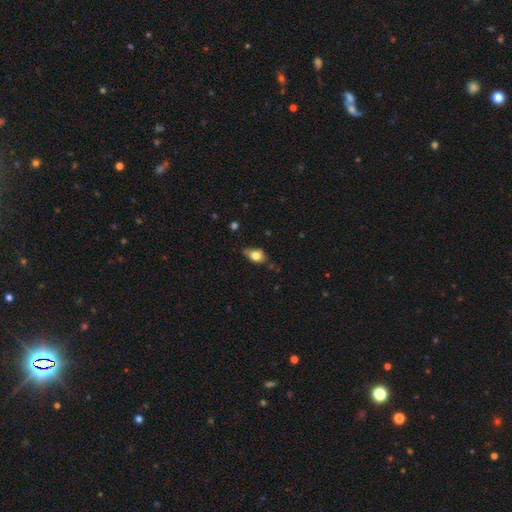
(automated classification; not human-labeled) Smooth or featured?
  - smooth: 74% *
  - featured or disk: 17%
  - star or artifact: 8%
How rounded?
  - in between: 78% *
  - round: 18%
  - cigar-shaped: 4%
Merging?
  - none: 59% *
  - minor disturbance: 32%
  - major disturbance: 6%
  - merger: 3%